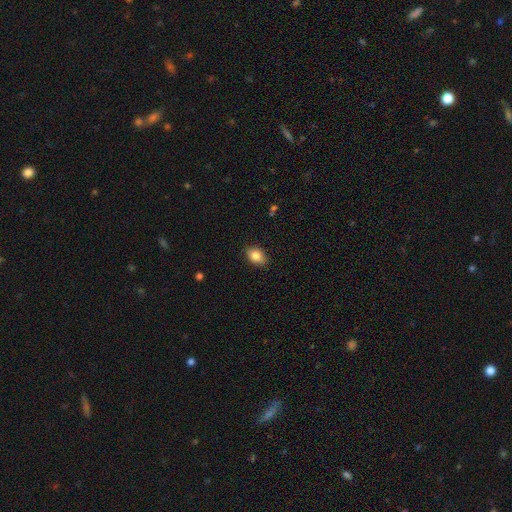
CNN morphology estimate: Smooth or featured? smooth (85%)
How rounded? in between (78%)
Merging? none (85%)